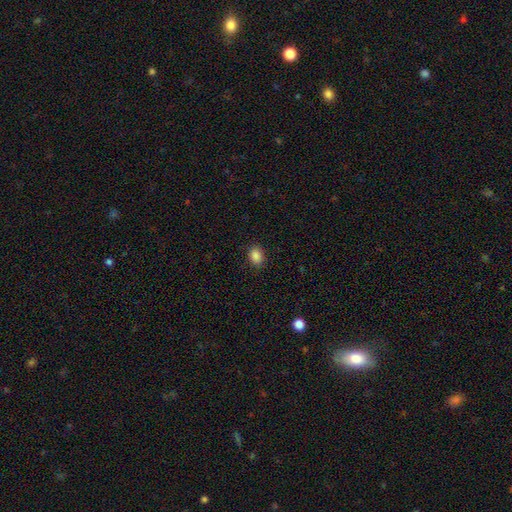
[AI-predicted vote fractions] Smooth or featured: smooth — 87% (star or artifact — 10%)
How rounded: in between — 62% (round — 37%)
Merging: none — 89% (minor disturbance — 8%)